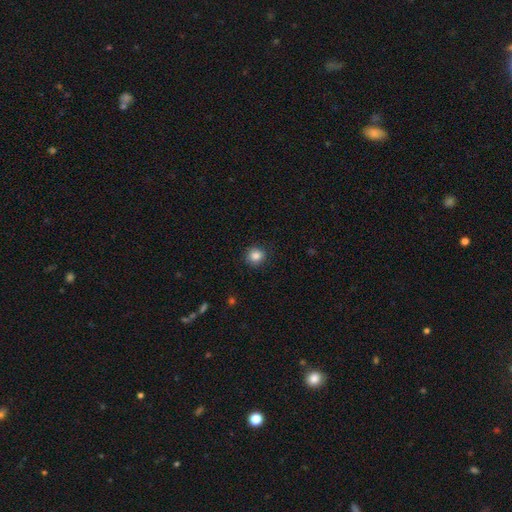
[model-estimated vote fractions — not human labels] Smooth or featured? smooth (85%)
How rounded? round (89%)
Merging? none (88%)